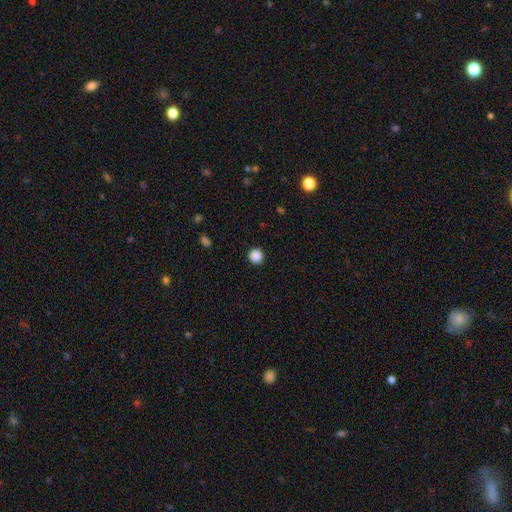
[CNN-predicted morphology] smooth 87%, star or artifact 10%, featured or disk 3%. Down the decision tree: how rounded — round (95%); merging — none (93%).